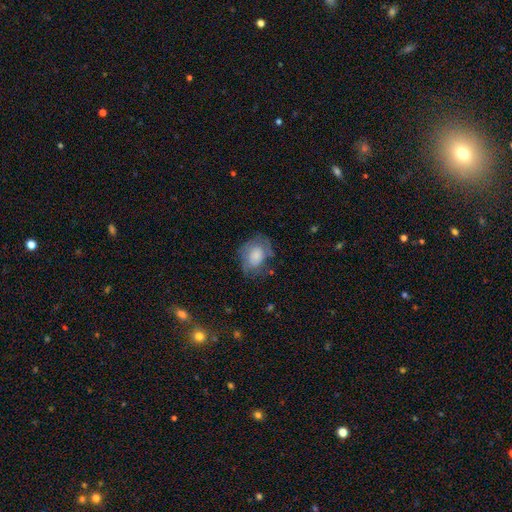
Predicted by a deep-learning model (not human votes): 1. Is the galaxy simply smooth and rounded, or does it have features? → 58% smooth, 34% featured or disk, 8% star or artifact.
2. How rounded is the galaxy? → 63% in between, 36% round, 1% cigar-shaped.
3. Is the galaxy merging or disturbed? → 54% none, 28% minor disturbance, 16% major disturbance, 2% merger.